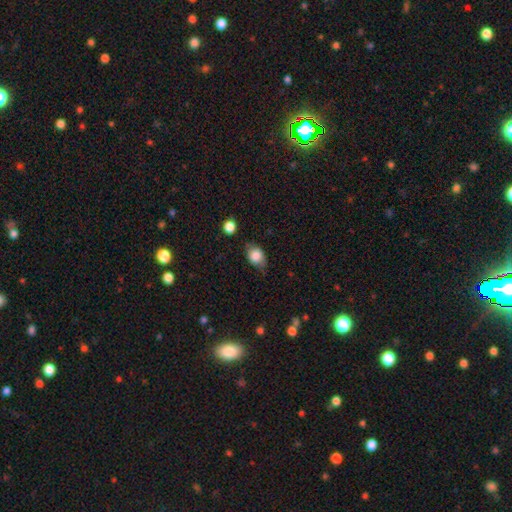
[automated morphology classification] smooth_or_featured: smooth (p=0.80) [alt: featured or disk p=0.12]
how_rounded: in between (p=0.69) [alt: round p=0.30]
merging: none (p=0.64) [alt: minor disturbance p=0.27]